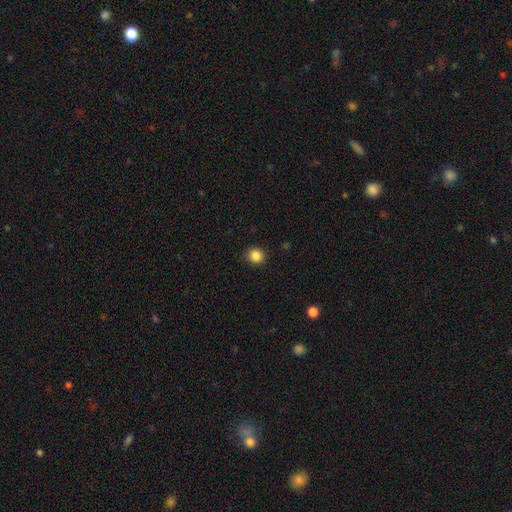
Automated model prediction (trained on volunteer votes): This appears to be a smooth galaxy with no disk features (86%) that is round (86%). Merging: none (91%).